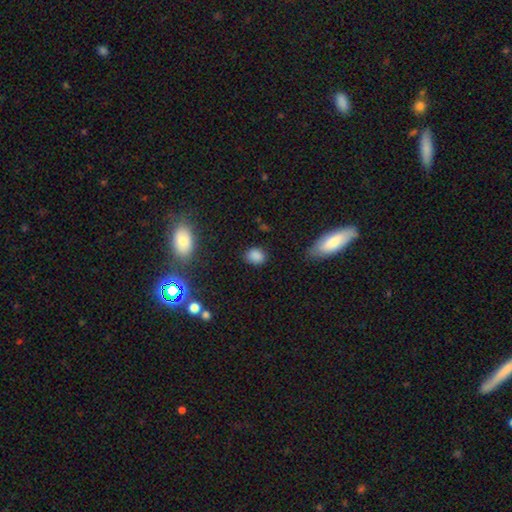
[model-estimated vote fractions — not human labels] A smooth galaxy with no disk features (83%) that is in between round and cigar-shaped (55%). Merging: none (80%).